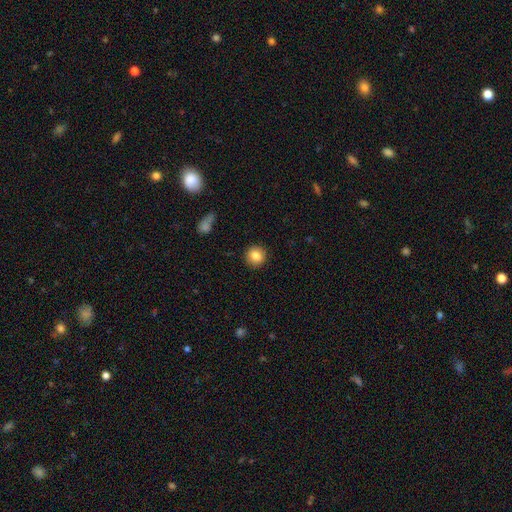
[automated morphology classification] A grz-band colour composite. It shows a smooth galaxy with no disk features (85%) that is round (93%). Merging: none (91%).